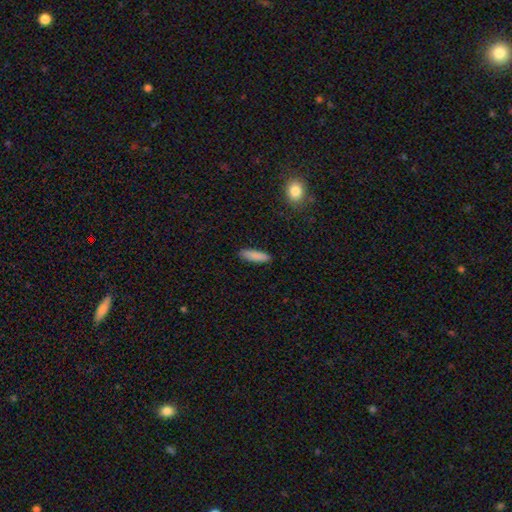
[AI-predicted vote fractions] Morphology: type=smooth (87%); roundness=cigar-shaped (64%); merging=none (88%).